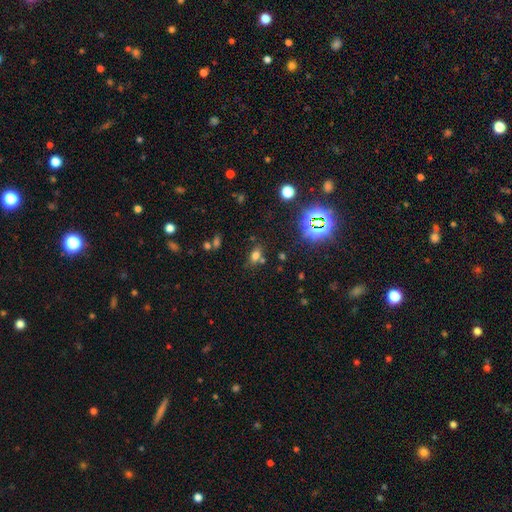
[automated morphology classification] Q: Smooth or featured?
A: smooth (66%); runner-up: star or artifact (25%)
Q: How rounded?
A: in between (77%); runner-up: round (19%)
Q: Merging?
A: none (67%); runner-up: merger (15%)